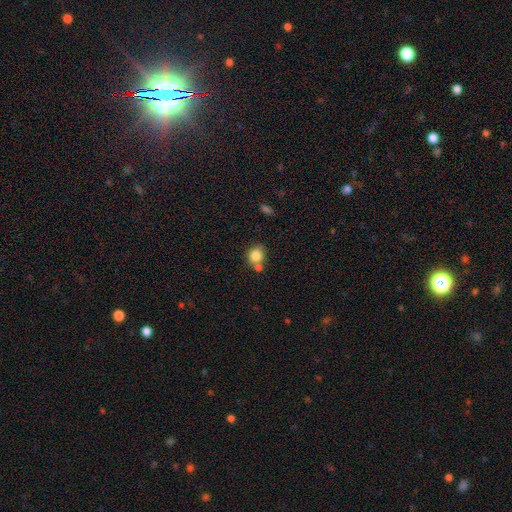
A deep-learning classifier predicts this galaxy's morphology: Q: Smooth or featured?
A: smooth (83%); runner-up: star or artifact (10%)
Q: How rounded?
A: round (78%); runner-up: in between (21%)
Q: Merging?
A: none (55%); runner-up: merger (28%)